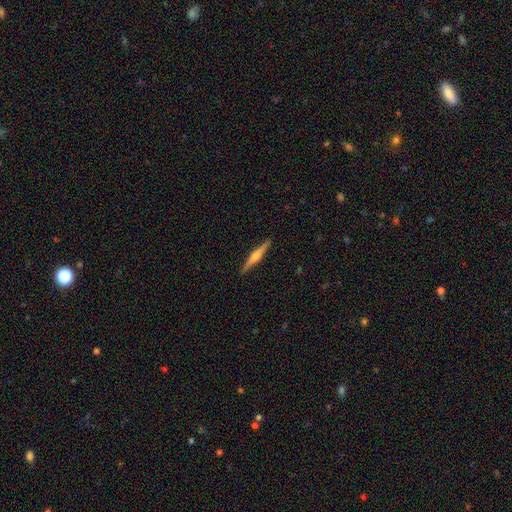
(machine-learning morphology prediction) Q: Smooth or featured?
A: featured or disk (70%); runner-up: smooth (24%)
Q: Edge-on disk?
A: yes (98%); runner-up: no (2%)
Q: Edge-on bulge?
A: rounded (81%); runner-up: boxy (12%)
Q: Merging?
A: none (92%); runner-up: minor disturbance (6%)